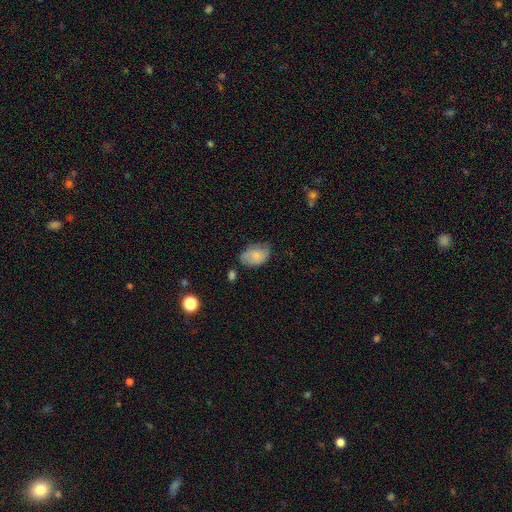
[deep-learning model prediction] The model was most divided on "merging": none: 60%, minor disturbance: 30%, major disturbance: 7%, merger: 3%. More confident: how rounded — in between (88%); smooth or featured — smooth (74%).